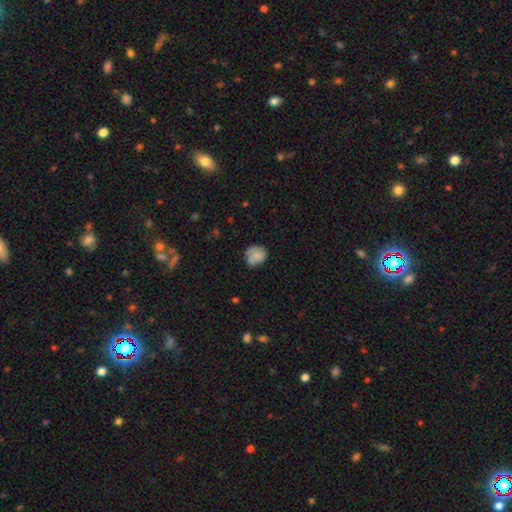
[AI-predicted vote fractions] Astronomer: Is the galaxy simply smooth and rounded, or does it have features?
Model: smooth — 76%.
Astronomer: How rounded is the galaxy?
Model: round — 75%.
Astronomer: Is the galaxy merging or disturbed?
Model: none — 59%.